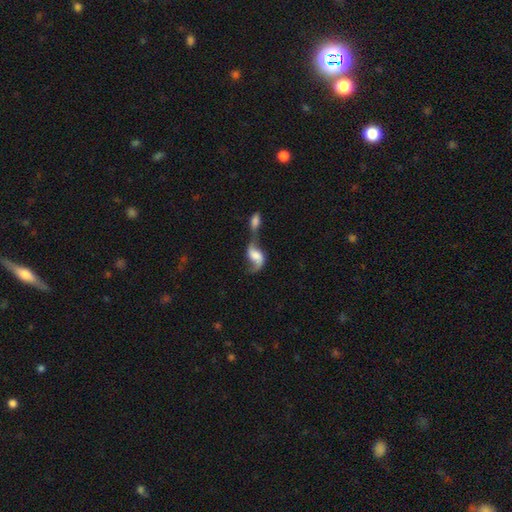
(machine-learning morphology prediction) A featured or disk galaxy (68%) with no bar (47%), 2 (79%) loose (82%) spiral arms (87%) and a large central bulge (30%). Merging: merger (70%).